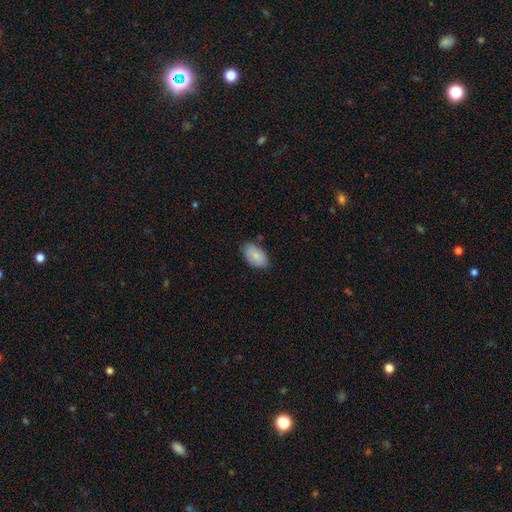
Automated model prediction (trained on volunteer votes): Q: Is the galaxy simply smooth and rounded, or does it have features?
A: smooth — 82%.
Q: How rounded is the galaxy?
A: in between — 93%.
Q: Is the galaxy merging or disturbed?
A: none — 77%.